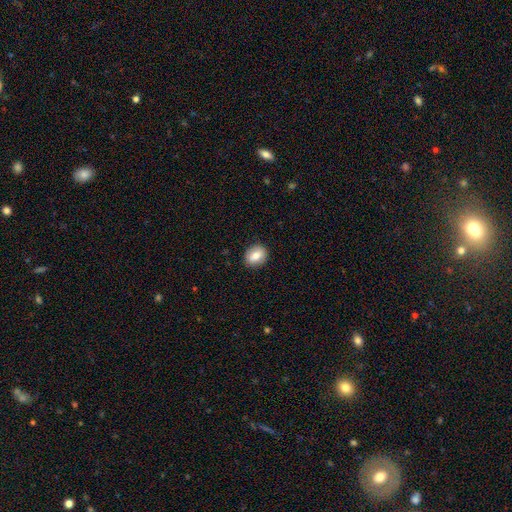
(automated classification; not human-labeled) Overall: smooth (77%). How rounded: round (59%; in between 40%). Merging: none (89%).